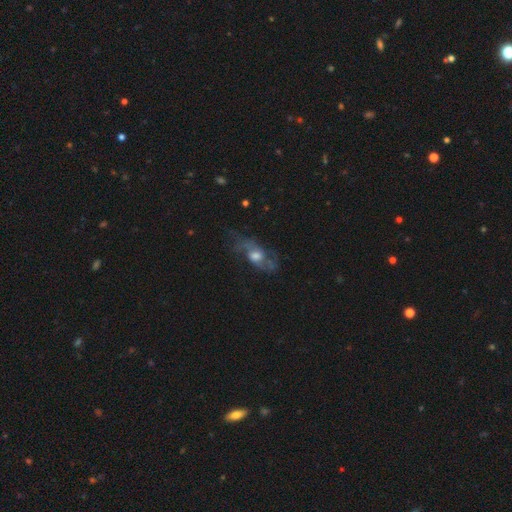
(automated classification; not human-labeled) This is likely a featured or disk galaxy (65%). It is clearly not viewed edge-on (85%). Bar: likely no (70%). Spiral arm pattern: likely yes (73%). Central bulge: possibly moderate (55%). Merging: possibly none (48%).